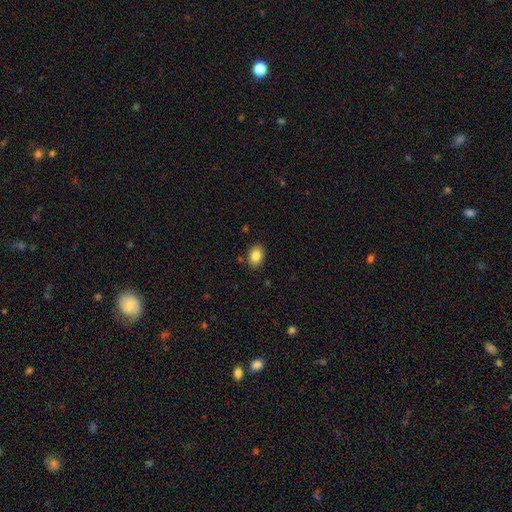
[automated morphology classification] Overall: smooth (85%). How rounded: in between (69%; round 30%). Merging: none (85%).